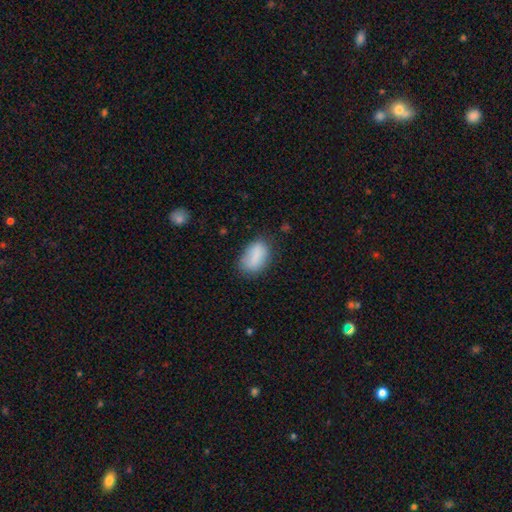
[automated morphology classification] This is clearly a smooth galaxy (82%). How rounded: clearly in between (89%). Merging: likely none (70%).